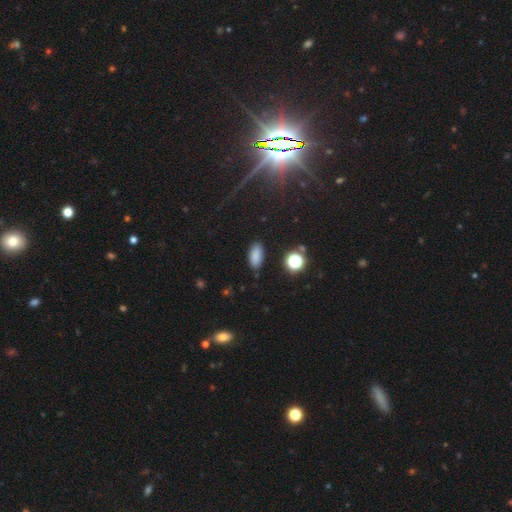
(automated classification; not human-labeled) The model was most divided on "smooth or featured": smooth: 83%, star or artifact: 12%, featured or disk: 5%. More confident: how rounded — in between (87%); merging — none (85%).